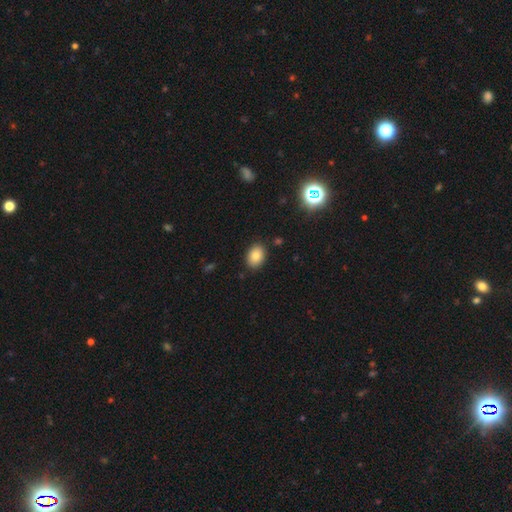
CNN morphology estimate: A smooth galaxy with no disk features (84%) that is in between round and cigar-shaped (79%). Merging: none (87%).